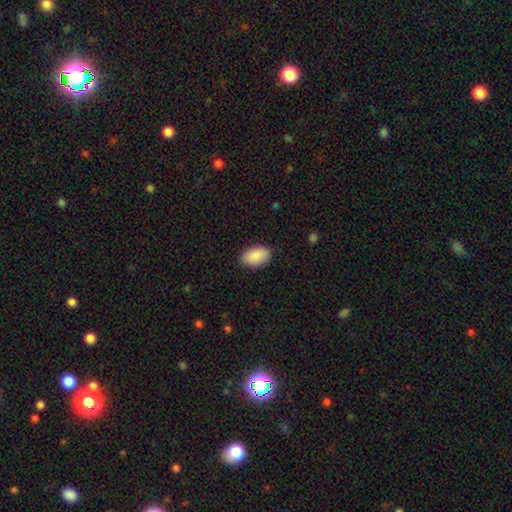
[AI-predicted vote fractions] Smooth or featured: smooth — 89% (star or artifact — 6%)
How rounded: in between — 94% (round — 5%)
Merging: none — 86% (minor disturbance — 10%)